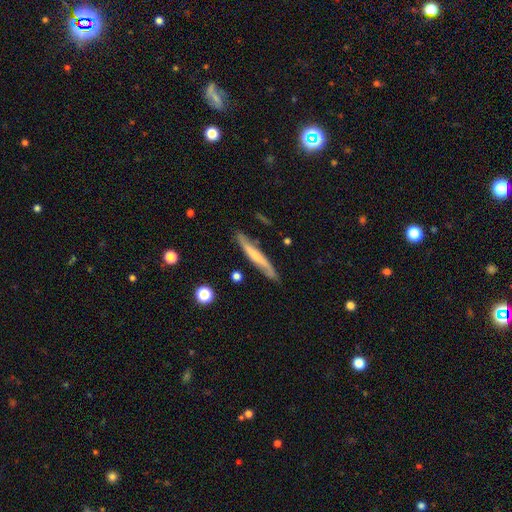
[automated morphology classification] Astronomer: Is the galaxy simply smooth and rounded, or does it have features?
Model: featured or disk — 53% (runner-up: smooth, 41%).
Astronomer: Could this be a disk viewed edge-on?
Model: yes — 65%.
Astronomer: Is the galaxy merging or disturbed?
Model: none — 75%.